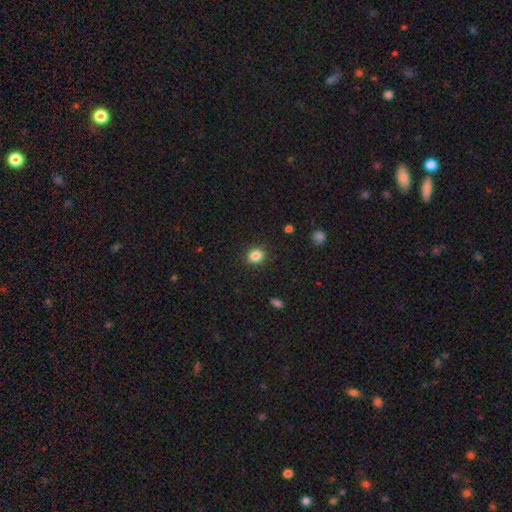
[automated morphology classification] Smooth or featured? smooth (85%)
How rounded? round (67%)
Merging? none (90%)